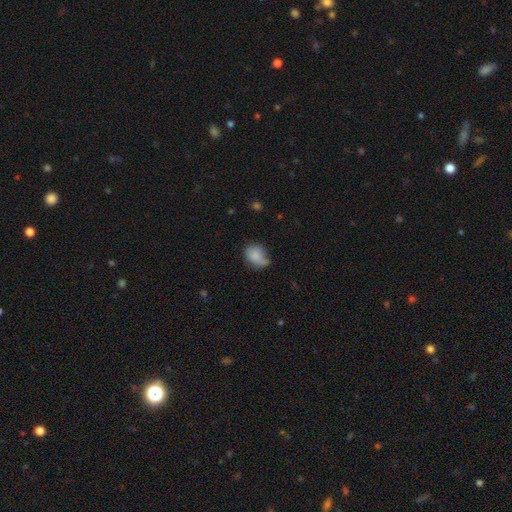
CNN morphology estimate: smooth 79%, featured or disk 11%, star or artifact 9%. Down the decision tree: how rounded — in between (67%); merging — none (44%).